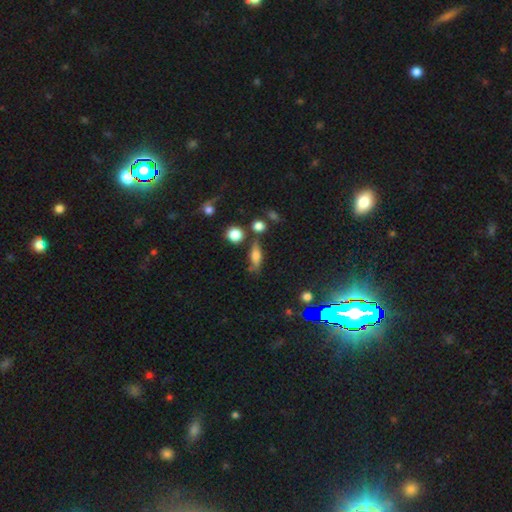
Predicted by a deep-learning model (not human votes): Smooth or featured: smooth — 52% (featured or disk — 36%)
How rounded: cigar-shaped — 46% (in between — 45%)
Merging: none — 70% (minor disturbance — 16%)